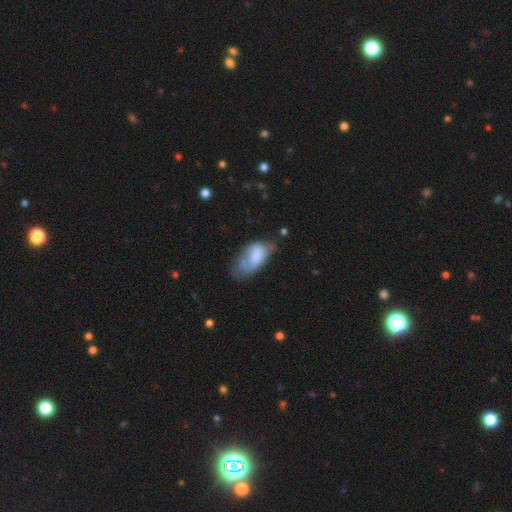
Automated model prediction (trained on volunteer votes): Smooth or featured? Predicted: smooth (p=0.66). How rounded? Predicted: in between (p=0.93). Merging? Predicted: minor disturbance (p=0.36).